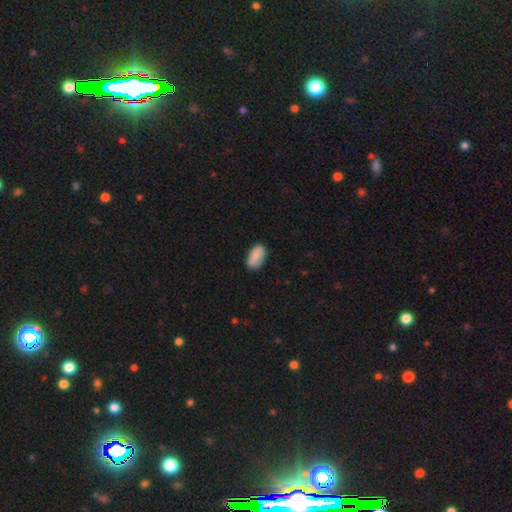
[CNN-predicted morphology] Q: Smooth or featured?
A: smooth (86%); runner-up: featured or disk (7%)
Q: How rounded?
A: in between (91%); runner-up: cigar-shaped (5%)
Q: Merging?
A: none (82%); runner-up: minor disturbance (14%)